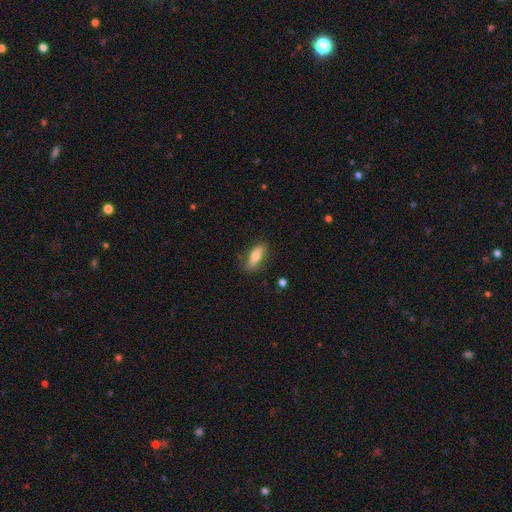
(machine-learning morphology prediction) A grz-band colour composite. It shows a smooth galaxy with no disk features (71%) that is in between round and cigar-shaped (71%). Merging: none (79%).